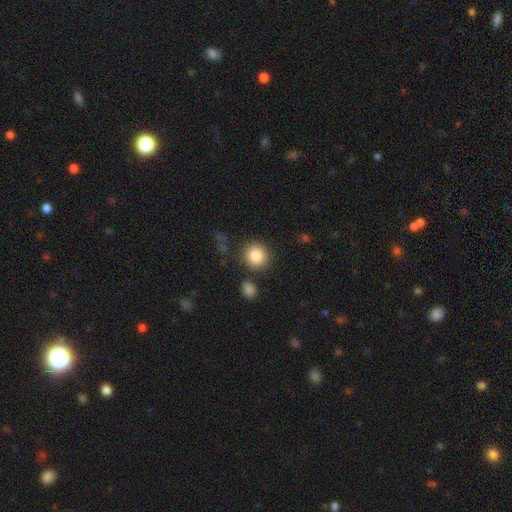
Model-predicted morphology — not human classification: Smooth or featured: smooth — 86% (star or artifact — 9%)
How rounded: round — 91% (in between — 8%)
Merging: none — 83% (minor disturbance — 9%)